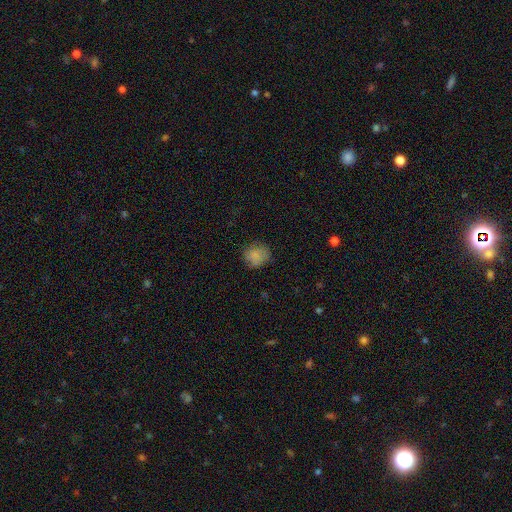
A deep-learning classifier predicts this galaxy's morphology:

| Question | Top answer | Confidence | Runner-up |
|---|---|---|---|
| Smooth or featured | smooth | 82% | star or artifact (10%) |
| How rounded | round | 79% | in between (20%) |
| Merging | none | 73% | minor disturbance (20%) |